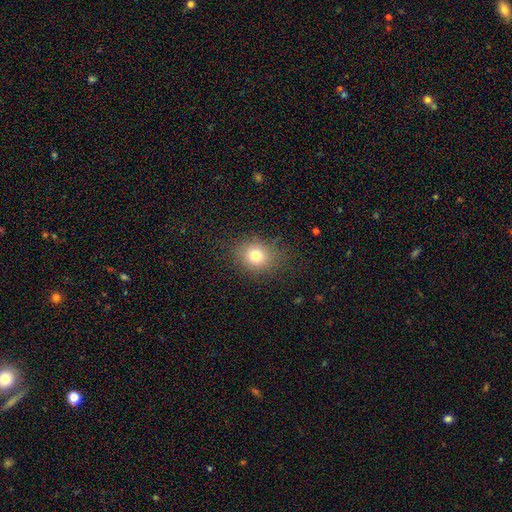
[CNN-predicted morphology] This appears to be a smooth galaxy with no disk features (76%) that is round (61%). Merging: none (81%).